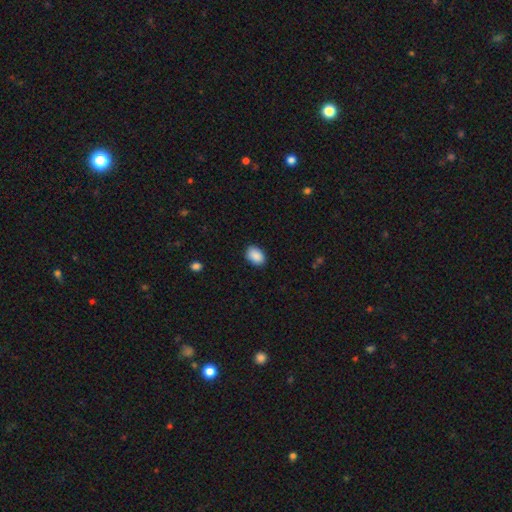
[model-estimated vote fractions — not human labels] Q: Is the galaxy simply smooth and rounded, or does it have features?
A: smooth — 90%.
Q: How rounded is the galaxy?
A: in between — 84%.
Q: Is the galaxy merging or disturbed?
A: none — 86%.